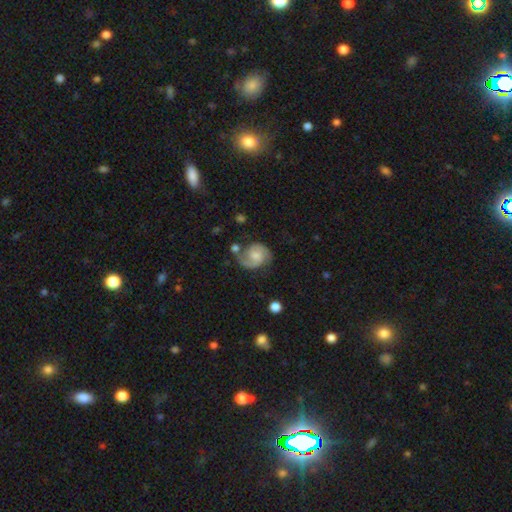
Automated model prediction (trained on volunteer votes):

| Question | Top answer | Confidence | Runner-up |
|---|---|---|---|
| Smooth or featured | featured or disk | 79% | smooth (15%) |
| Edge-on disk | no | 98% | yes (2%) |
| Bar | no | 55% | weak (38%) |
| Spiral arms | yes | 96% | no (4%) |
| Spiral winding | medium | 51% | tight (31%) |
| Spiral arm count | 2 | 87% | 1 (6%) |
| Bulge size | moderate | 34% | small (28%) |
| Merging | none | 64% | minor disturbance (20%) |